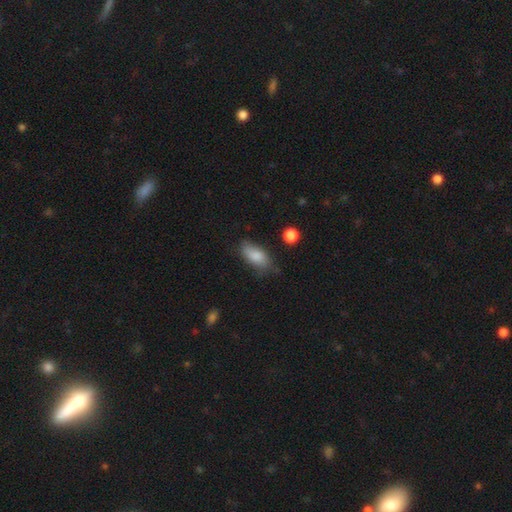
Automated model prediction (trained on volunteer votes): Q: Smooth or featured?
A: smooth (83%); runner-up: featured or disk (10%)
Q: How rounded?
A: in between (88%); runner-up: cigar-shaped (9%)
Q: Merging?
A: none (64%); runner-up: minor disturbance (27%)